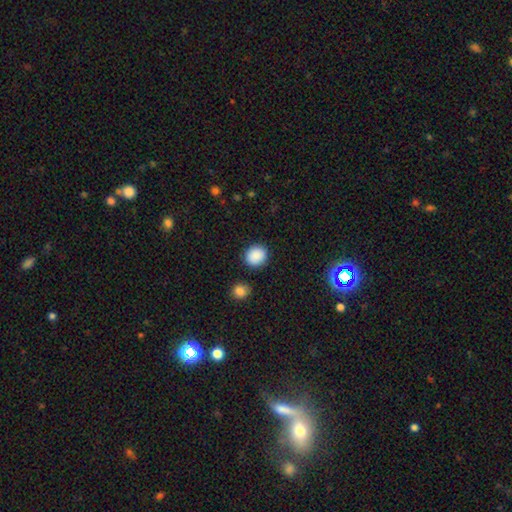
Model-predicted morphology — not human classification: smooth-or-featured: smooth: 89% | star or artifact: 8% | featured or disk: 3%
  how-rounded: round: 82% | in between: 17% | cigar-shaped: 1%
  merging: none: 89% | minor disturbance: 7% | major disturbance: 2% | merger: 2%